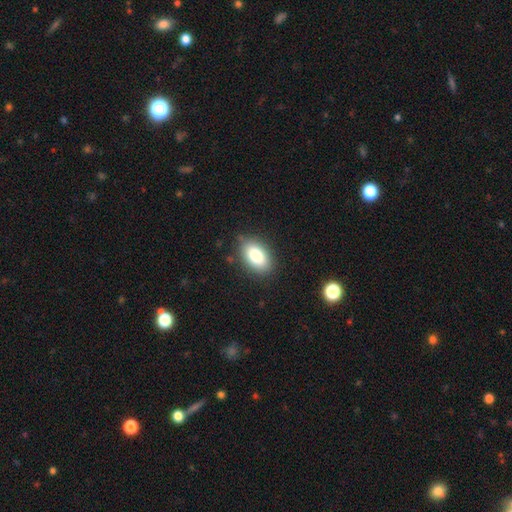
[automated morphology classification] smooth_or_featured: smooth (p=0.83) [alt: featured or disk p=0.09]
how_rounded: in between (p=0.92) [alt: round p=0.06]
merging: none (p=0.84) [alt: minor disturbance p=0.12]